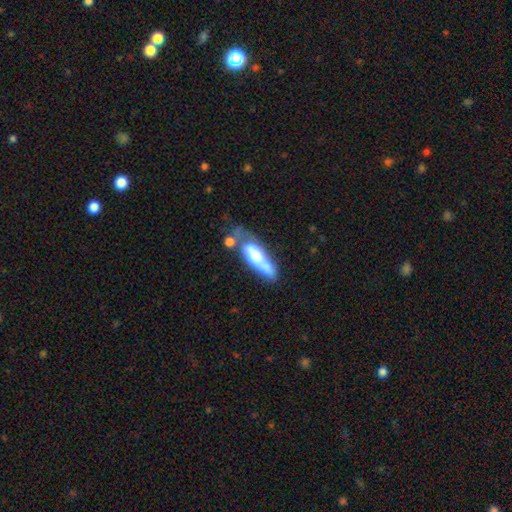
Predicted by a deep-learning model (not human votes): A smooth galaxy with no disk features (53%) that is in between round and cigar-shaped (50%).

Vote fractions:
- Smooth or featured? smooth: 53% / featured or disk: 41% / star or artifact: 7%
- How rounded? in between: 50% / cigar-shaped: 48% / round: 2%
- Merging? none: 31% / merger: 30% / minor disturbance: 23% / major disturbance: 16%